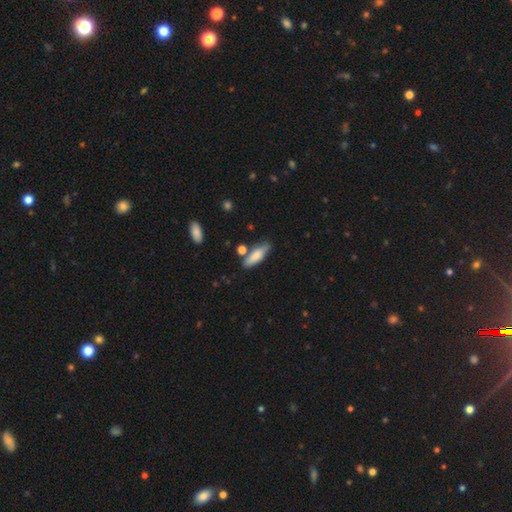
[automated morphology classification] This appears to be a smooth galaxy with no disk features (78%) that is cigar-shaped (51%). Merging: none (73%).